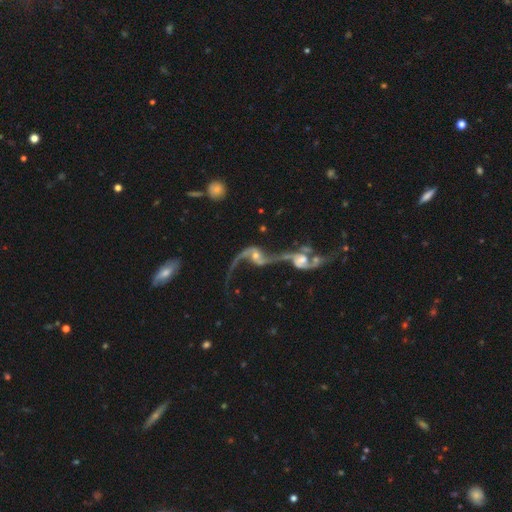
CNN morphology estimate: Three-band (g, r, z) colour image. It shows a featured or disk galaxy (86%) with no bar (49%), 2 (84%) loose (86%) spiral arms (93%) and a moderate central bulge (50%). Merging: merger (72%).